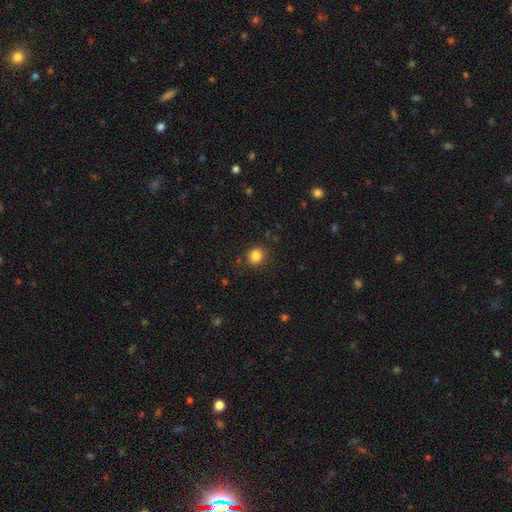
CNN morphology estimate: smooth_or_featured: smooth (p=0.84) [alt: star or artifact p=0.11]
how_rounded: round (p=0.82) [alt: in between p=0.17]
merging: none (p=0.87) [alt: minor disturbance p=0.09]